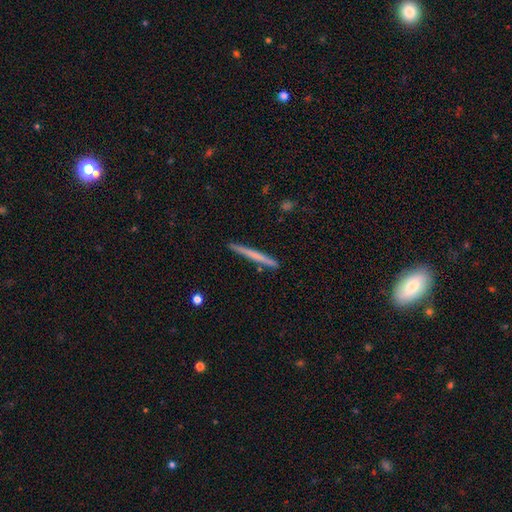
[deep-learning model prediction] Smooth or featured? Predicted: smooth (p=0.59). How rounded? Predicted: cigar-shaped (p=0.97). Merging? Predicted: none (p=0.90).